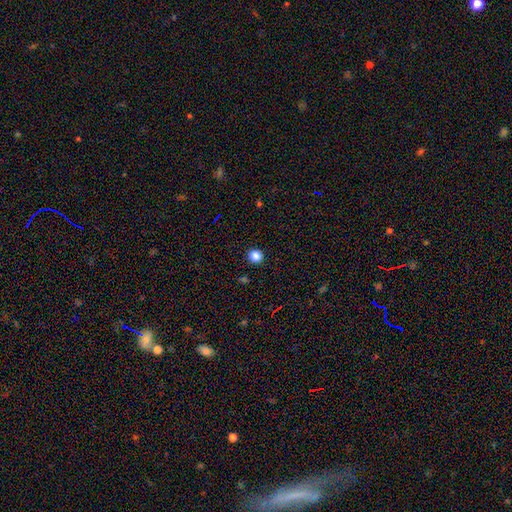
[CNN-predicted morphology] Smooth or featured? Predicted: smooth (p=0.85). How rounded? Predicted: round (p=0.89). Merging? Predicted: none (p=0.92).